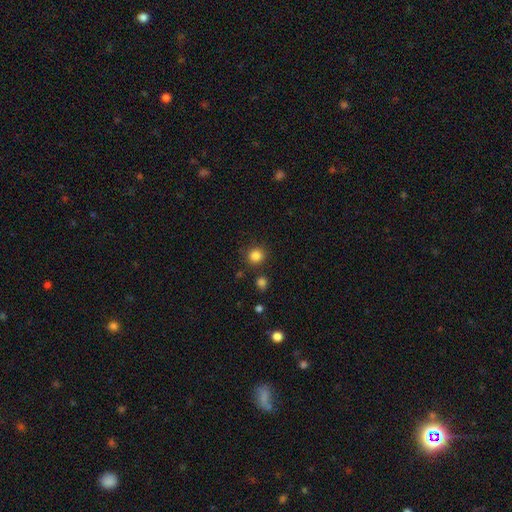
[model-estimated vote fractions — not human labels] Smooth or featured: smooth — 84% (star or artifact — 12%)
How rounded: round — 91% (in between — 8%)
Merging: none — 86% (minor disturbance — 7%)